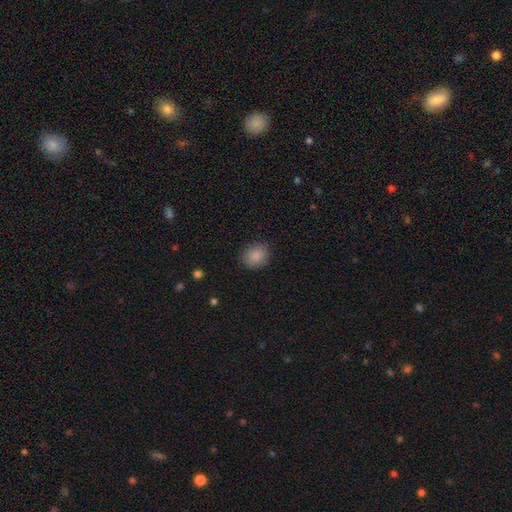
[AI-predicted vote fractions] Overall: smooth (87%). How rounded: round (68%; in between 31%). Merging: none (87%).